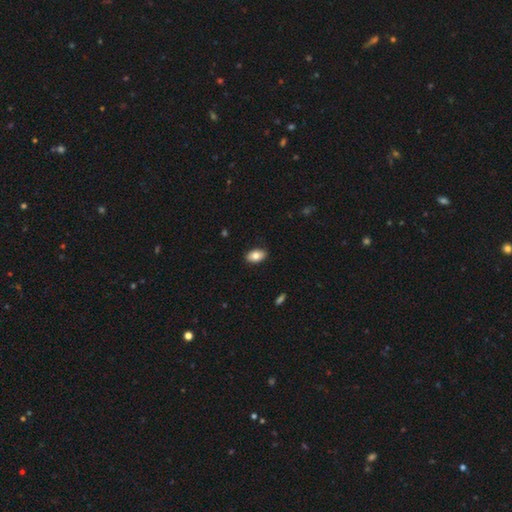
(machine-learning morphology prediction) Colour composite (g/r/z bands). It shows a smooth galaxy with no disk features (81%) that is in between round and cigar-shaped (92%). Merging: none (89%).